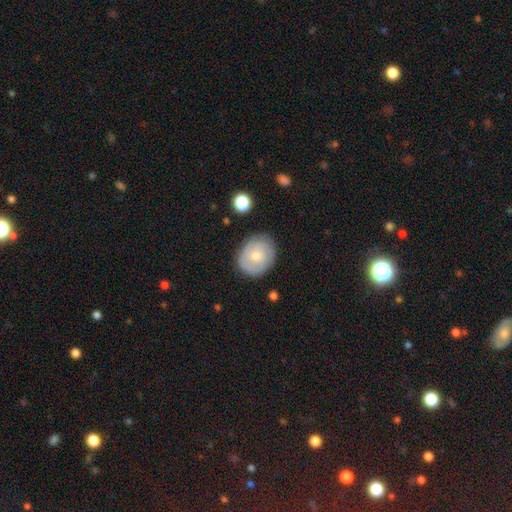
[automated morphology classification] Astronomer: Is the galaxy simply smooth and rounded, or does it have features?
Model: smooth — 48% (runner-up: featured or disk, 45%).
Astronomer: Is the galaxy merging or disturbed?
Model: none — 78%.